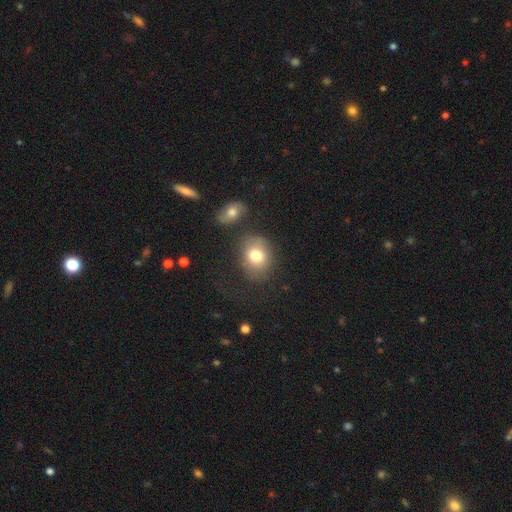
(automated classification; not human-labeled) A smooth galaxy with no disk features (77%) that is round (57%).

Vote fractions:
- Smooth or featured? smooth: 77% / featured or disk: 13% / star or artifact: 10%
- How rounded? round: 57% / in between: 42% / cigar-shaped: 1%
- Merging? none: 69% / minor disturbance: 16% / merger: 8% / major disturbance: 7%